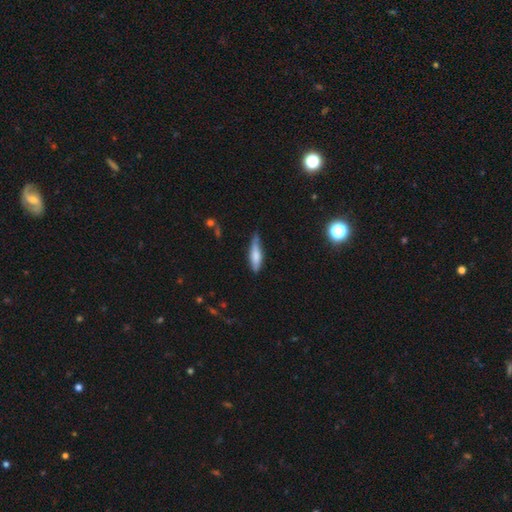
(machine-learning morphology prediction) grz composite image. It shows a smooth galaxy with no disk features (67%) that is cigar-shaped (65%). Merging: none (55%).